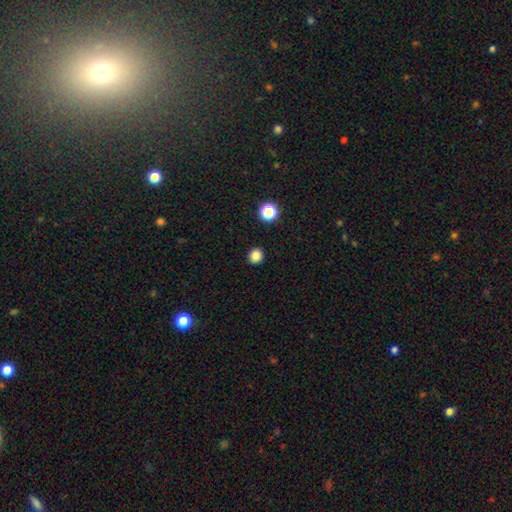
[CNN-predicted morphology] This is clearly a smooth galaxy (84%). How rounded: clearly round (89%). Merging: clearly none (92%).